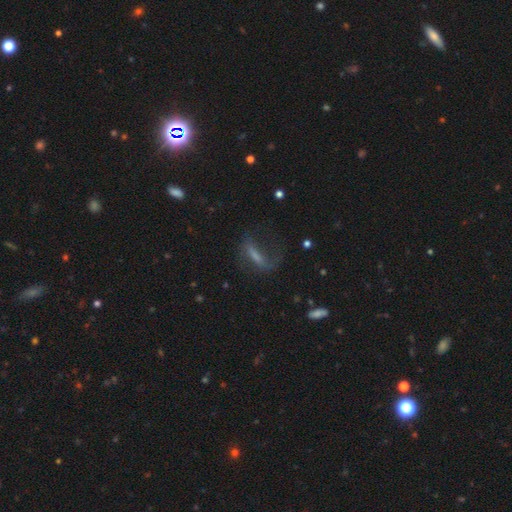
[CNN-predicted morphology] The model was most divided on "smooth or featured": featured or disk: 46%, smooth: 39%, star or artifact: 15%. Remaining: merging — none (44%).